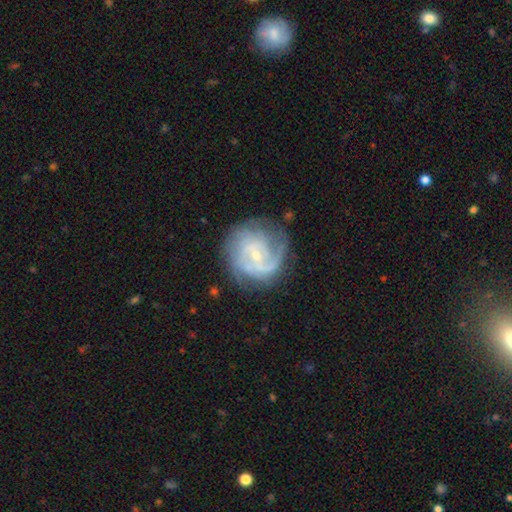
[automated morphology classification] Smooth or featured? Predicted: featured or disk (p=0.83). Edge-on disk? Predicted: no (p=0.98). Bar? Predicted: no (p=0.53). Spiral arms? Predicted: yes (p=0.94). Spiral winding? Predicted: tight (p=0.51). Spiral arm count? Predicted: 2 (p=0.32). Bulge size? Predicted: small (p=0.70). Merging? Predicted: none (p=0.68).